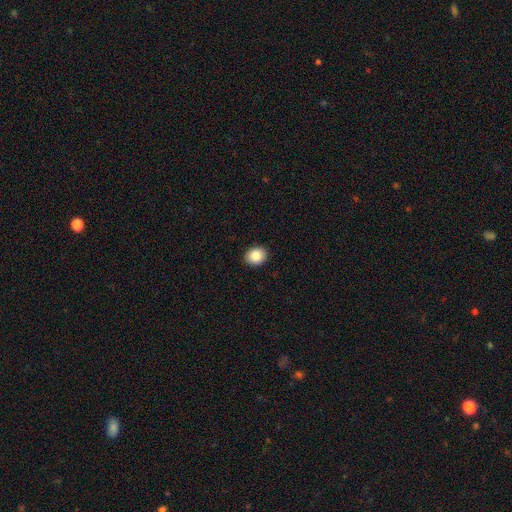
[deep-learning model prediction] Q: Smooth or featured?
A: smooth (87%); runner-up: star or artifact (8%)
Q: How rounded?
A: round (62%); runner-up: in between (37%)
Q: Merging?
A: none (92%); runner-up: minor disturbance (6%)